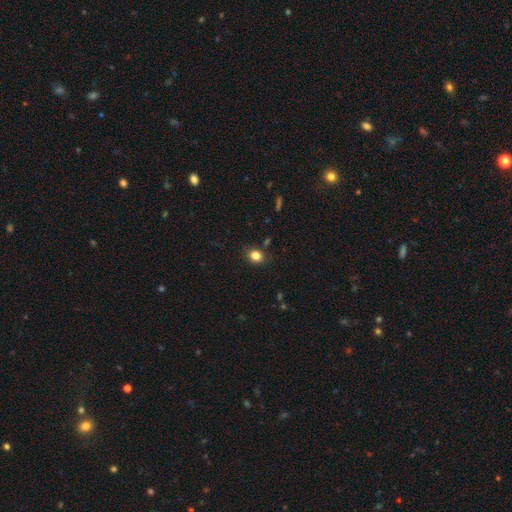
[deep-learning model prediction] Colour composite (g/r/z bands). It shows a smooth galaxy with no disk features (84%) that is round (50%). Merging: none (83%).